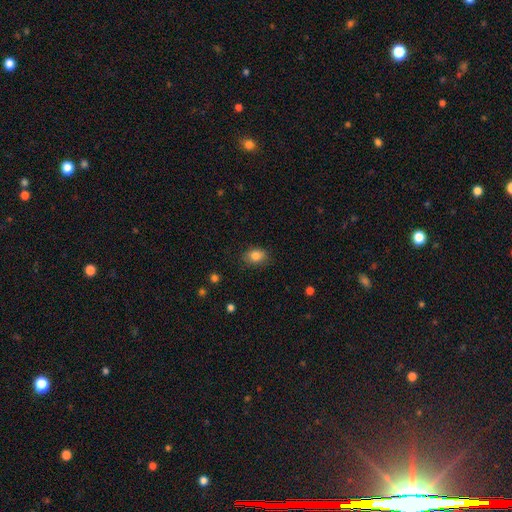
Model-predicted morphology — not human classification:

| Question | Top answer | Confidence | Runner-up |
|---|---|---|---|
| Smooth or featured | smooth | 84% | star or artifact (9%) |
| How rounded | in between | 69% | round (29%) |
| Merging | none | 82% | minor disturbance (14%) |